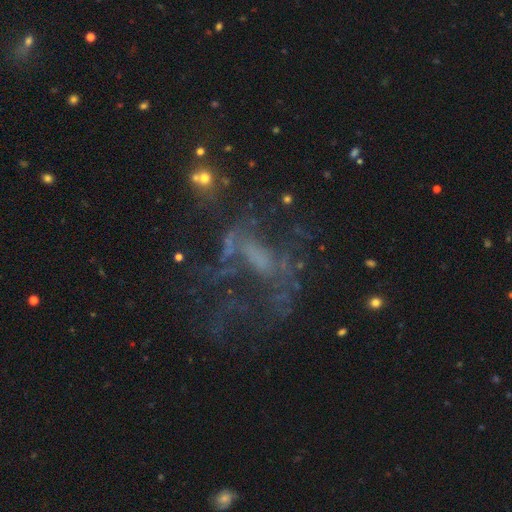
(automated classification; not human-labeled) Morphology: type=featured or disk (59%); edge-on=no (95%); bar=no (61%); spiral arms=no (60%); bulge=none (57%); merging=major disturbance (42%).